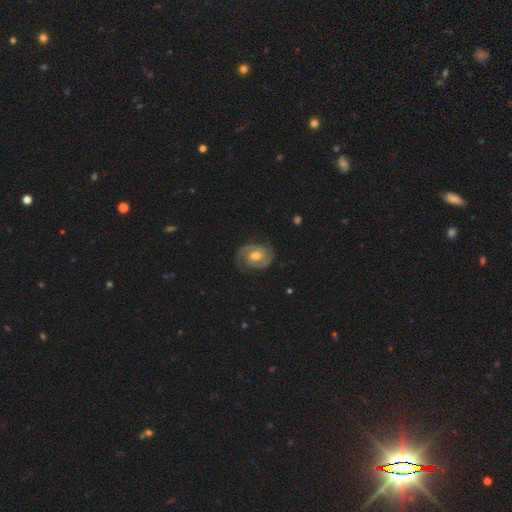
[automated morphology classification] featured or disk 89%, smooth 7%, star or artifact 4%. Down the decision tree: edge-on disk — no (98%); bar — no (46%); spiral arms — yes (98%); spiral arm count — 2 (91%); spiral winding — tight (57%); bulge size — moderate (74%); merging — none (82%).